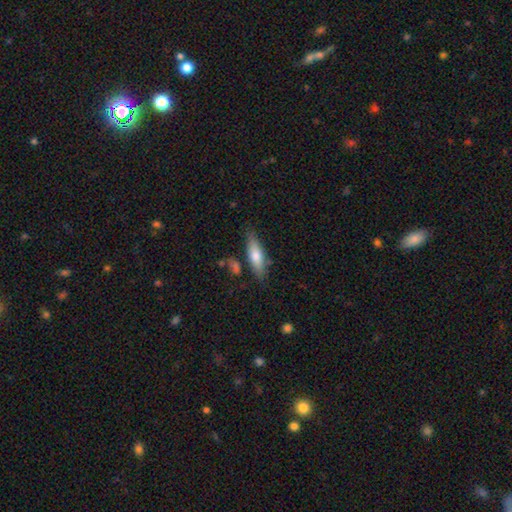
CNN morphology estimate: This is likely a smooth galaxy (65%). How rounded: possibly cigar-shaped (60%). Merging: likely none (77%).